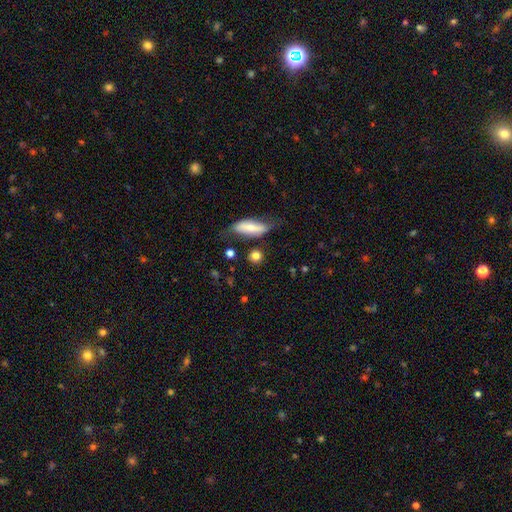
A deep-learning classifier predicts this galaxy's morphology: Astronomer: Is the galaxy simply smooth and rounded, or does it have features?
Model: smooth — 76%.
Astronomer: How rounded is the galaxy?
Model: round — 62%.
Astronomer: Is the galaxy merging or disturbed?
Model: none — 68%.